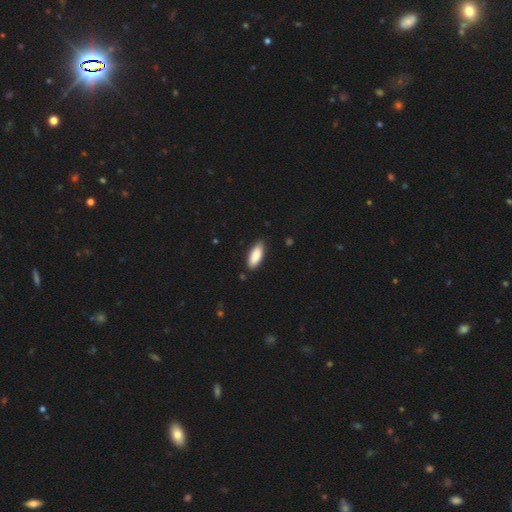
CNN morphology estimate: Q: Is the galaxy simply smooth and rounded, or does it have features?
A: smooth — 88%.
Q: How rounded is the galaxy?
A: in between — 77%.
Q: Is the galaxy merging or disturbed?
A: none — 84%.